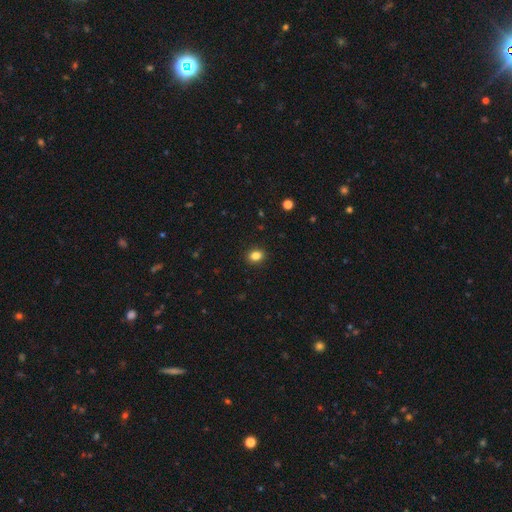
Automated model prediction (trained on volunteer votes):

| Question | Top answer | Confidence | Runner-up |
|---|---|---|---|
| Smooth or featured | smooth | 85% | star or artifact (11%) |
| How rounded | in between | 51% | round (48%) |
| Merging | none | 91% | minor disturbance (7%) |